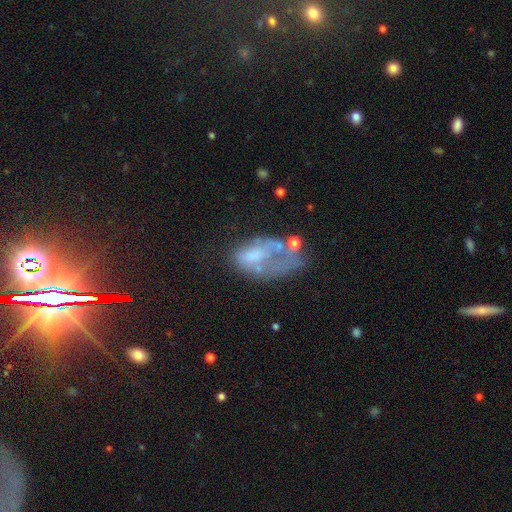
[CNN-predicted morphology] featured or disk 50%, smooth 39%, star or artifact 11%. Down the decision tree: merging — major disturbance (41%).